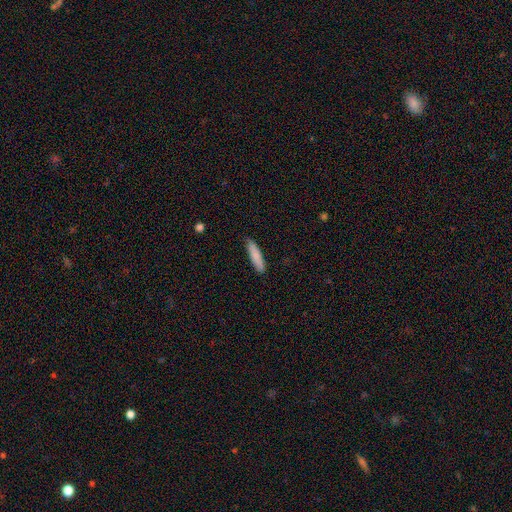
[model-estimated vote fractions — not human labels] smooth_or_featured: smooth (p=0.85) [alt: featured or disk p=0.09]
how_rounded: cigar-shaped (p=0.80) [alt: in between p=0.19]
merging: none (p=0.86) [alt: minor disturbance p=0.11]